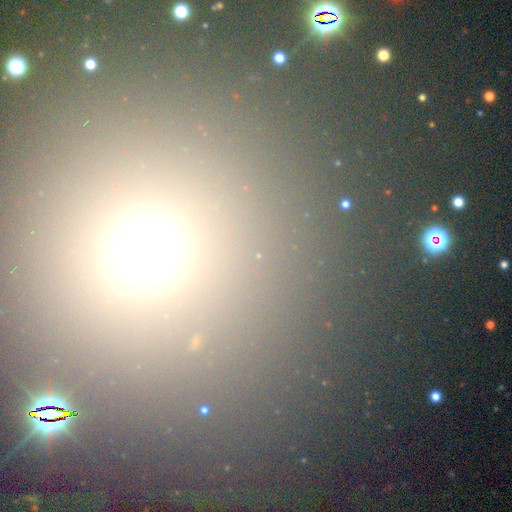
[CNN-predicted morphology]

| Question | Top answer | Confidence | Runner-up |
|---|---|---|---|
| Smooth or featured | smooth | 50% | star or artifact (41%) |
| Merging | none | 84% | minor disturbance (7%) |